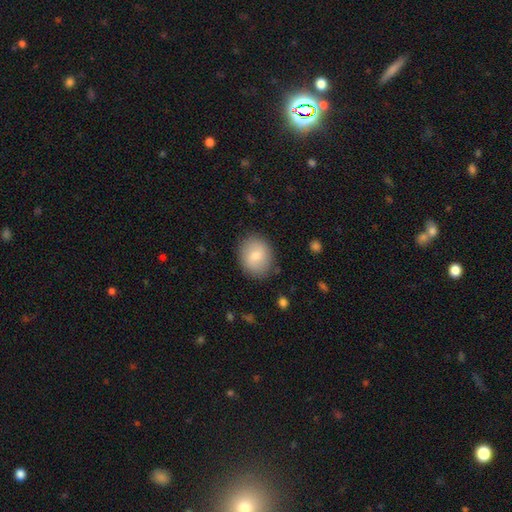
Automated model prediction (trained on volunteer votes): Smooth or featured? smooth (76%)
How rounded? round (64%)
Merging? none (85%)